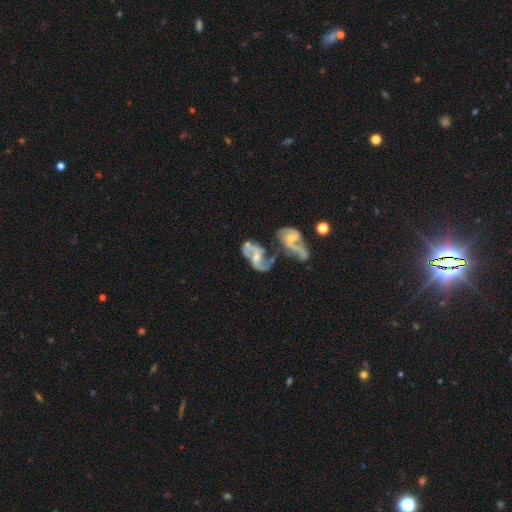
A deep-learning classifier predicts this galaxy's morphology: Smooth or featured? featured or disk (81%)
Edge-on disk? no (97%)
Bar? no (45%)
Spiral arms? yes (86%)
Spiral winding? loose (55%)
Spiral arm count? 2 (82%)
Bulge size? moderate (44%)
Merging? merger (57%)